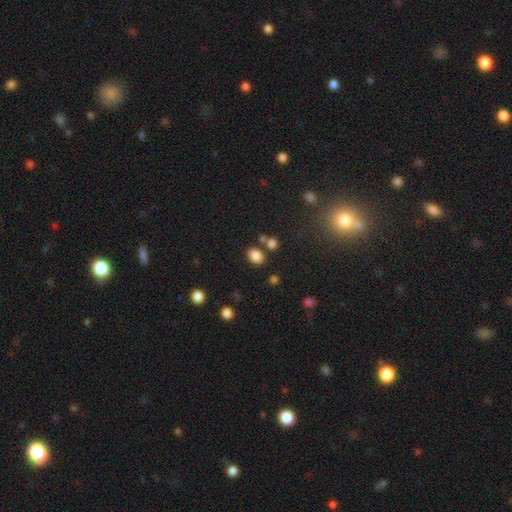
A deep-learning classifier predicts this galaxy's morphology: This is clearly a smooth galaxy (84%). How rounded: likely in between (71%). Merging: likely none (74%).